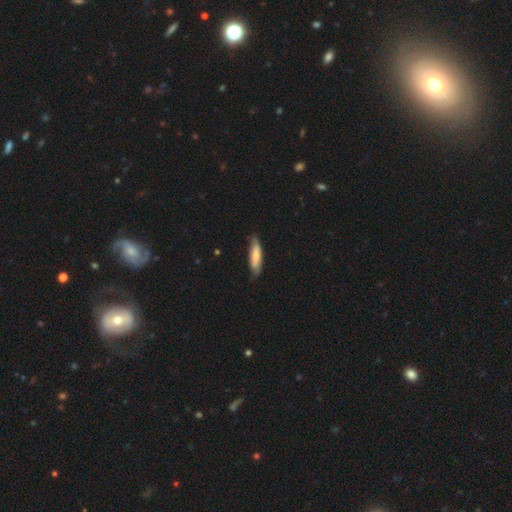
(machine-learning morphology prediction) smooth 68%, featured or disk 26%, star or artifact 5%. Down the decision tree: how rounded — cigar-shaped (69%); merging — none (75%).